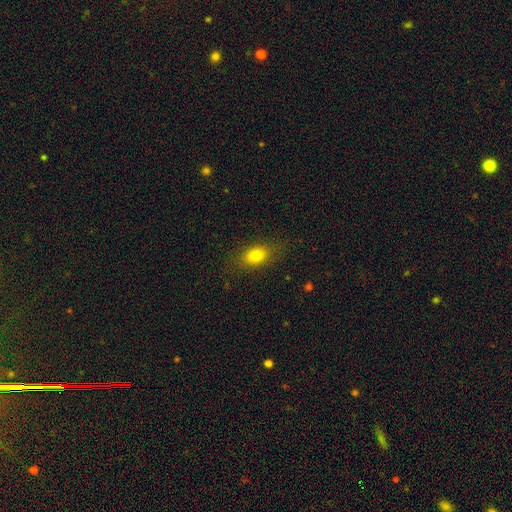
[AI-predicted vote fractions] Q: Smooth or featured?
A: smooth (78%); runner-up: featured or disk (12%)
Q: How rounded?
A: in between (78%); runner-up: round (16%)
Q: Merging?
A: none (82%); runner-up: minor disturbance (13%)